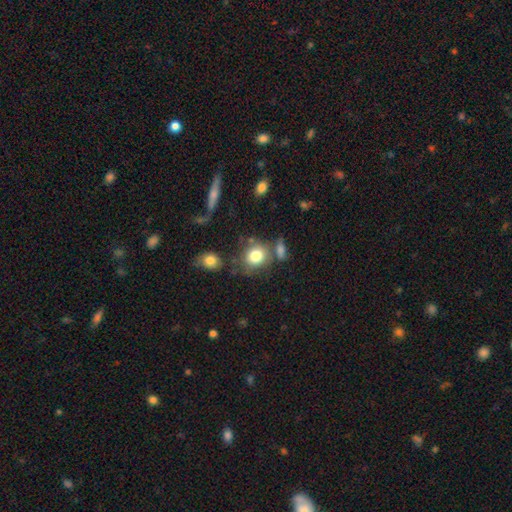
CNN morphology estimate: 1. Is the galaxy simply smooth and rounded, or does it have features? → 81% smooth, 10% featured or disk, 9% star or artifact.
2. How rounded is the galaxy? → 69% round, 30% in between, 1% cigar-shaped.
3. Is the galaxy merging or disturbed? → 62% none, 16% merger, 15% minor disturbance, 6% major disturbance.